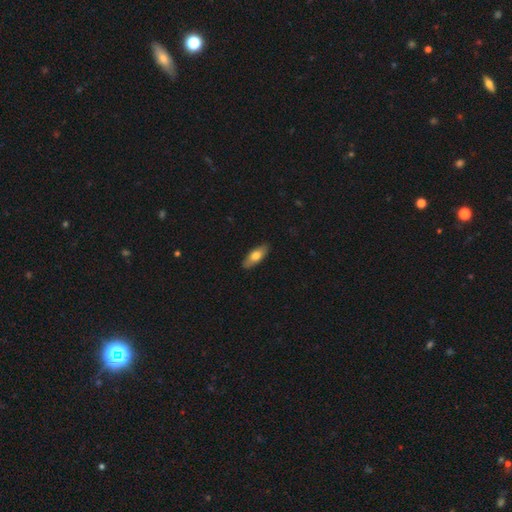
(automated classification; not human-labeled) This appears to be a smooth galaxy with no disk features (70%) that is in between round and cigar-shaped (74%). Merging: none (88%).